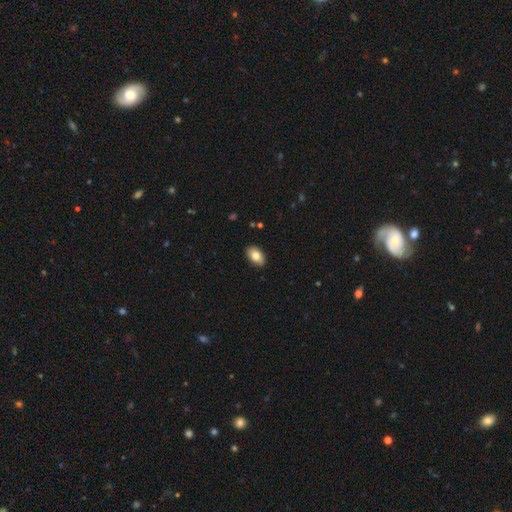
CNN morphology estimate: The model was most divided on "smooth or featured": smooth: 81%, featured or disk: 12%, star or artifact: 7%. More confident: how rounded — in between (92%); merging — none (89%).